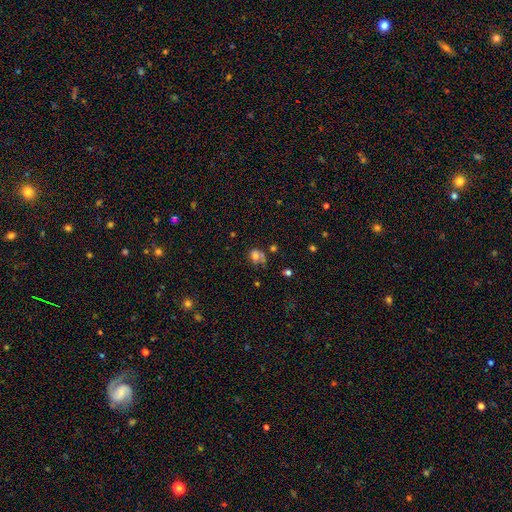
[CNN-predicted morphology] Smooth or featured? smooth (64%)
How rounded? round (53%)
Merging? none (35%)